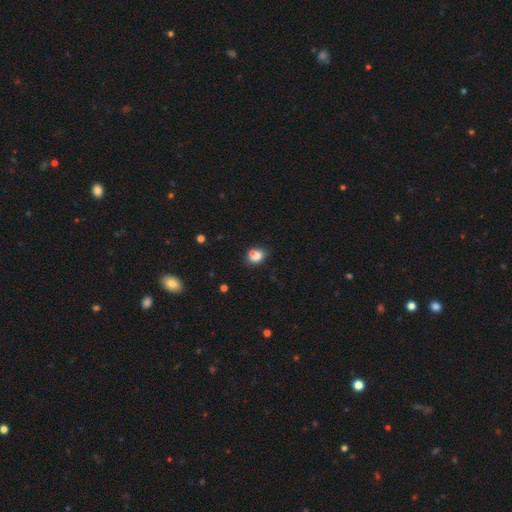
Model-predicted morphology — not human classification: This appears to be a smooth galaxy with no disk features (79%) that is in between round and cigar-shaped (50%). Merging: none (51%).